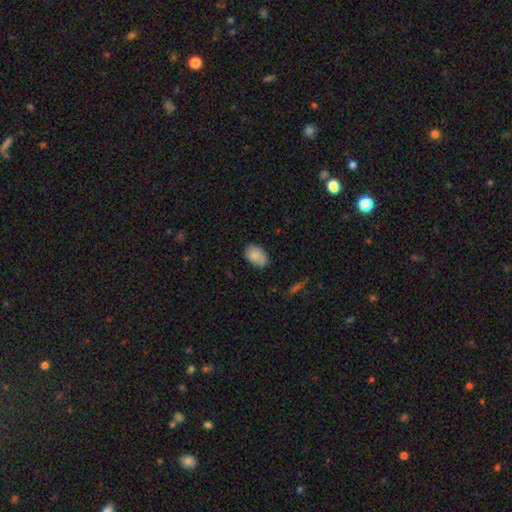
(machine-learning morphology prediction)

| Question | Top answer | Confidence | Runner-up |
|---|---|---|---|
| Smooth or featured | smooth | 83% | featured or disk (10%) |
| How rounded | in between | 88% | round (11%) |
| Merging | none | 74% | minor disturbance (21%) |